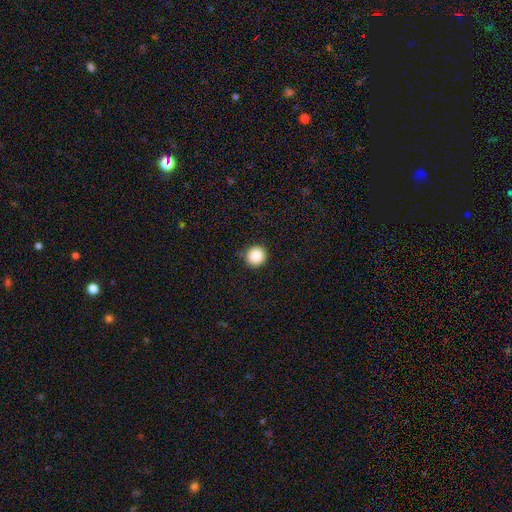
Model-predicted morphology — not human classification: This appears to be a smooth galaxy with no disk features (87%) that is round (96%). Merging: none (89%).